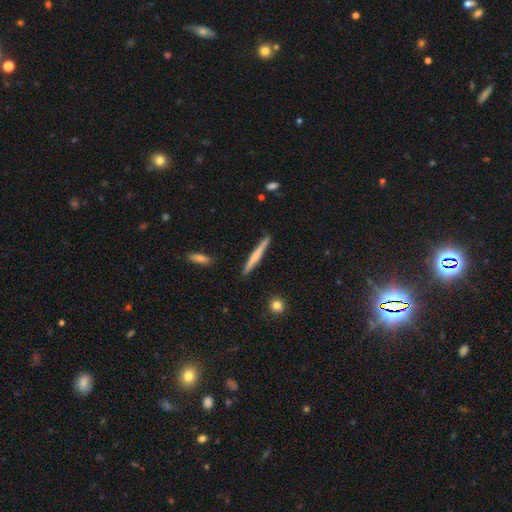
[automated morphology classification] This is possibly a smooth galaxy (53%). How rounded: clearly cigar-shaped (96%). Merging: clearly none (90%).